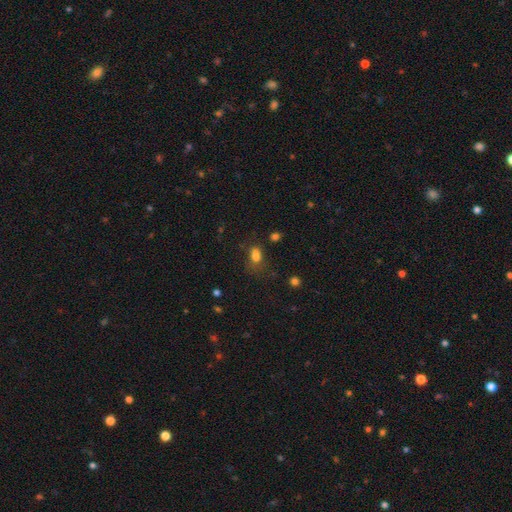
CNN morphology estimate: This is likely a smooth galaxy (75%). How rounded: likely in between (75%). Merging: marginally none (42%).